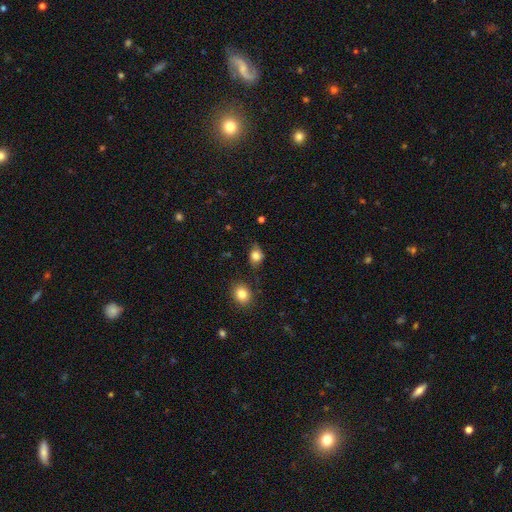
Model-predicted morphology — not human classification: This is clearly a smooth galaxy (80%). How rounded: possibly in between (60%). Merging: likely none (66%).